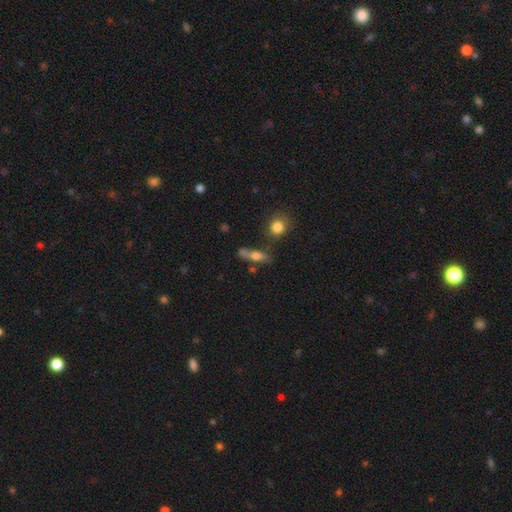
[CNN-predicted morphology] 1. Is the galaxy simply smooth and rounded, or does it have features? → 51% smooth, 40% featured or disk, 9% star or artifact.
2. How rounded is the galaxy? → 58% cigar-shaped, 34% in between, 8% round.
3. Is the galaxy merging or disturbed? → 65% none, 17% minor disturbance, 11% merger, 7% major disturbance.